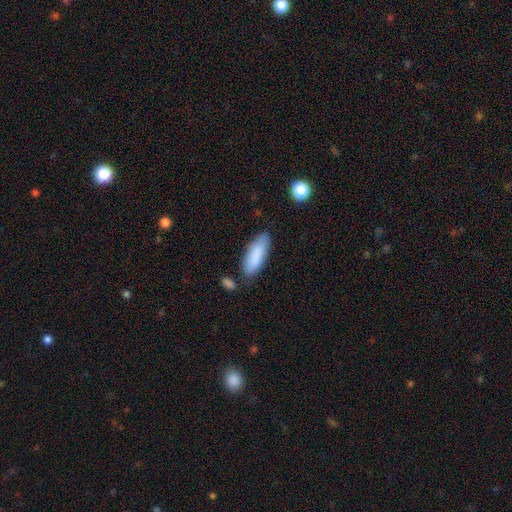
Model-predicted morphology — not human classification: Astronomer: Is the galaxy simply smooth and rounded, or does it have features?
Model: smooth — 86%.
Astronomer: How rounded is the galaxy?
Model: in between — 65%.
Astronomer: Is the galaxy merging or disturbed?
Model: none — 76%.